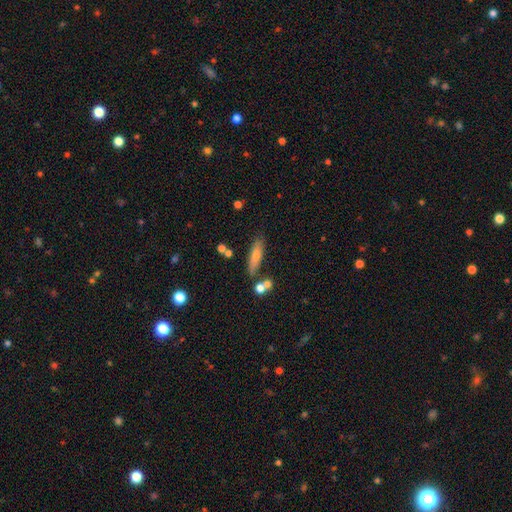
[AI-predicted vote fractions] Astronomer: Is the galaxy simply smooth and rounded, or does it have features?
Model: smooth — 62%.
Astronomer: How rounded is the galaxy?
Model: cigar-shaped — 73%.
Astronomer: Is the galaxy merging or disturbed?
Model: none — 77%.